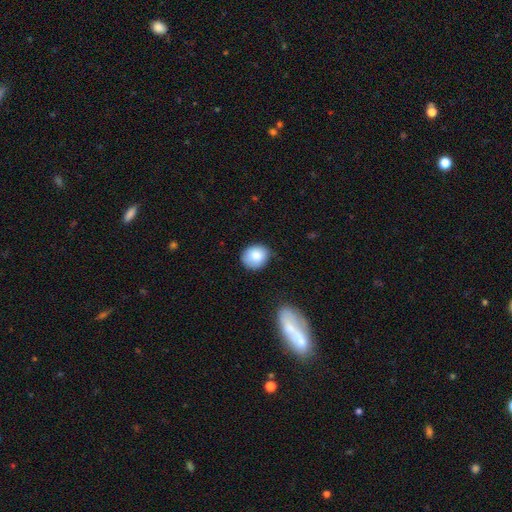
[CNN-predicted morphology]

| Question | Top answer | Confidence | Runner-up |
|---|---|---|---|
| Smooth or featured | smooth | 85% | star or artifact (8%) |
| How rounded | round | 65% | in between (34%) |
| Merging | none | 75% | minor disturbance (20%) |